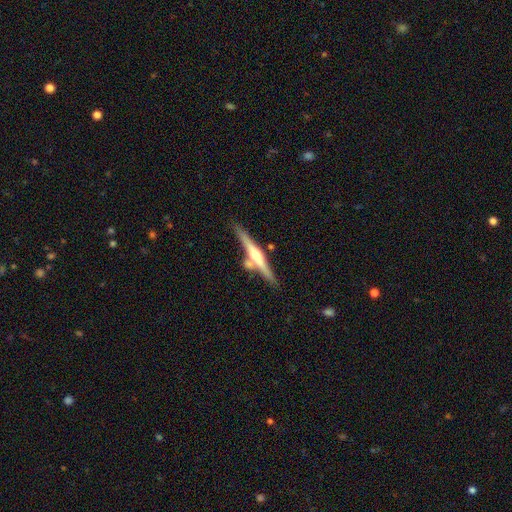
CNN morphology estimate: type=featured or disk (74%); edge-on=yes (97%); edge-on bulge=rounded (87%); merging=none (72%).